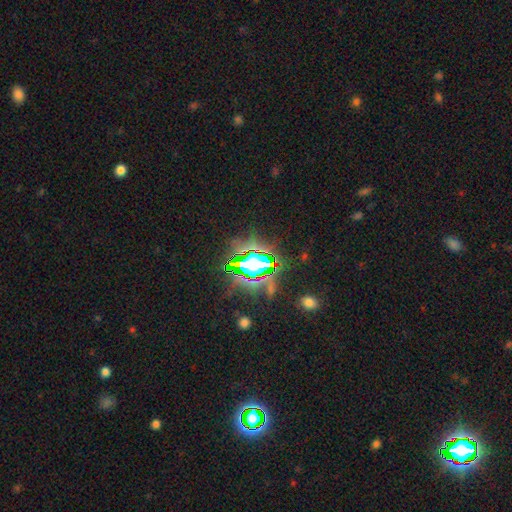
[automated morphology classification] Smooth or featured?
  - star or artifact: 71% *
  - smooth: 17%
  - featured or disk: 12%